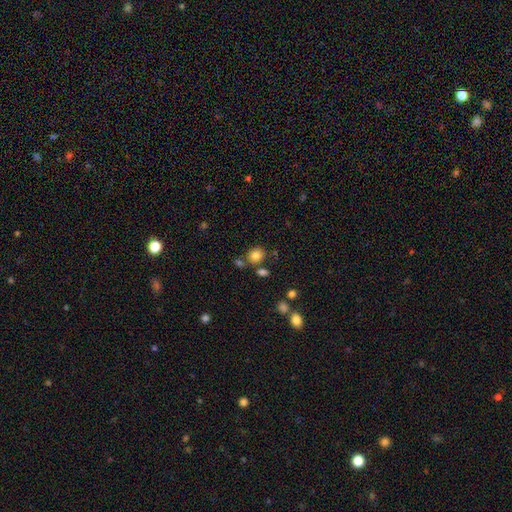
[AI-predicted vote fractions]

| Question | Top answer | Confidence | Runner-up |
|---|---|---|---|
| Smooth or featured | smooth | 81% | star or artifact (12%) |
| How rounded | round | 73% | in between (27%) |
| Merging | none | 74% | merger (12%) |